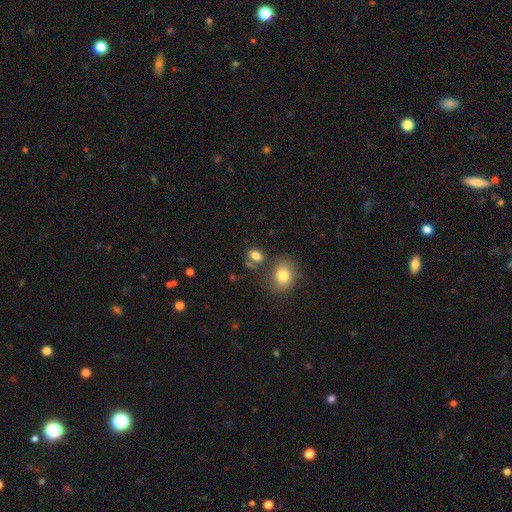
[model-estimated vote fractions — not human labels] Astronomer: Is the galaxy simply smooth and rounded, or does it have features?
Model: smooth — 80%.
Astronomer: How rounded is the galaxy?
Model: in between — 73%.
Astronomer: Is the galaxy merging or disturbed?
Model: none — 62%.